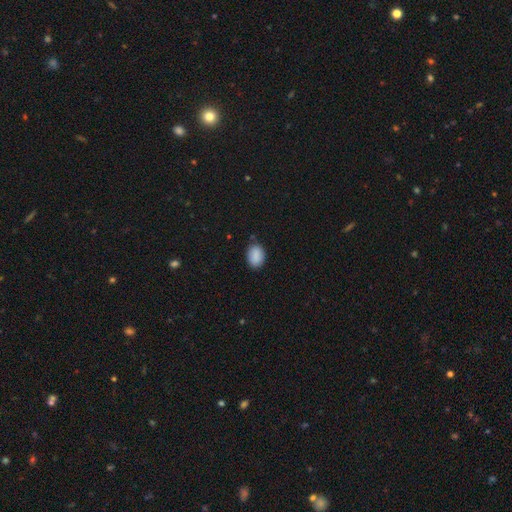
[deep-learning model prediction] A smooth galaxy with no disk features (88%) that is in between round and cigar-shaped (78%).

Vote fractions:
- Smooth or featured? smooth: 88% / star or artifact: 8% / featured or disk: 4%
- How rounded? in between: 78% / round: 21% / cigar-shaped: 1%
- Merging? none: 81% / minor disturbance: 15% / major disturbance: 3% / merger: 2%